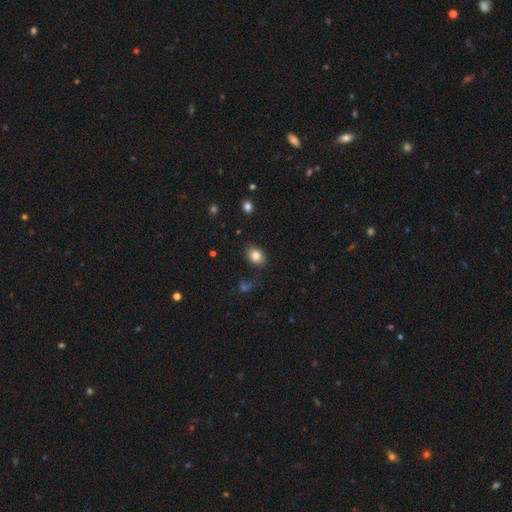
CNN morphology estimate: A smooth galaxy with no disk features (82%) that is in between round and cigar-shaped (71%). Merging: none (81%).